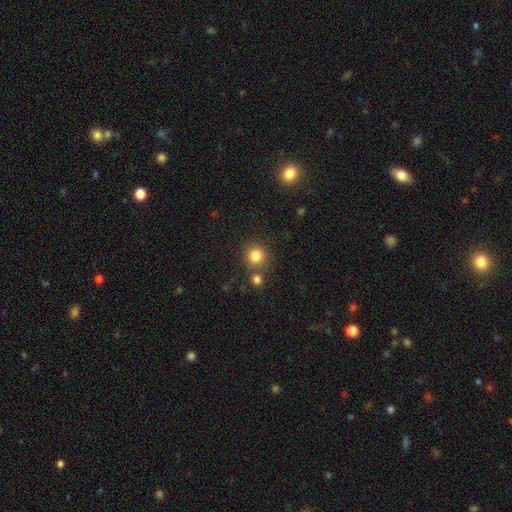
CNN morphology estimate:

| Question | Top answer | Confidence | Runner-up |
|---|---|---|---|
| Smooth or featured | smooth | 83% | star or artifact (12%) |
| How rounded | round | 88% | in between (11%) |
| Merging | none | 72% | merger (16%) |